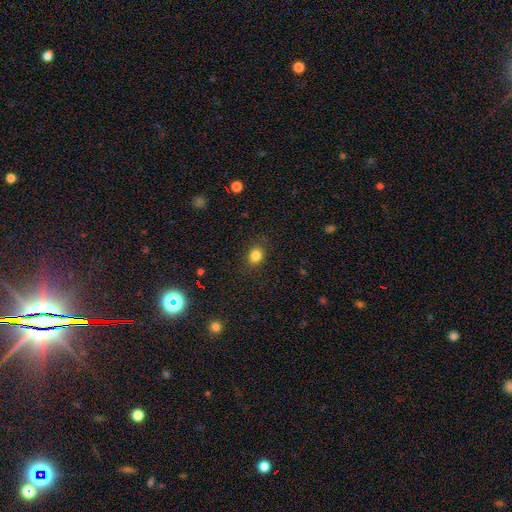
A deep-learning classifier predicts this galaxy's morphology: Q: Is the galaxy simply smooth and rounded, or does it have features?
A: smooth — 83%.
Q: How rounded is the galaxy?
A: round — 67%.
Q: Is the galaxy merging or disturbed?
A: none — 87%.